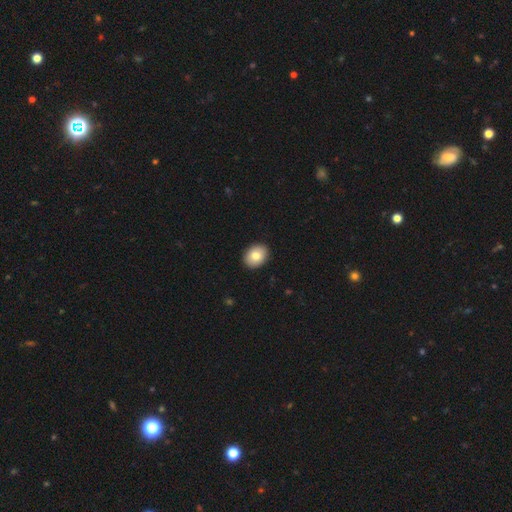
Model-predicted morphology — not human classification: A smooth galaxy with no disk features (81%) that is in between round and cigar-shaped (65%). Merging: none (92%).